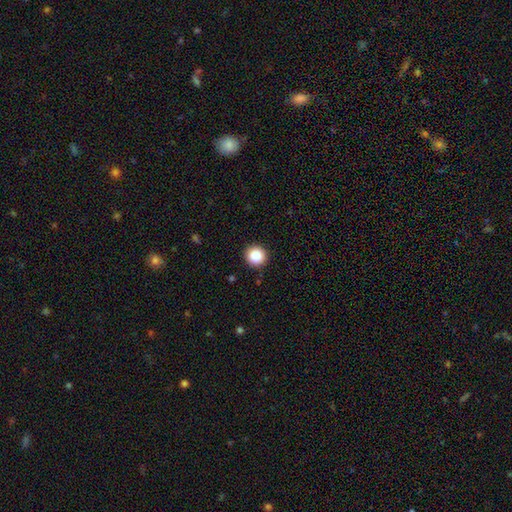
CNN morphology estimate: smooth_or_featured: smooth (p=0.87) [alt: star or artifact p=0.09]
how_rounded: round (p=0.94) [alt: in between p=0.05]
merging: none (p=0.92) [alt: minor disturbance p=0.05]